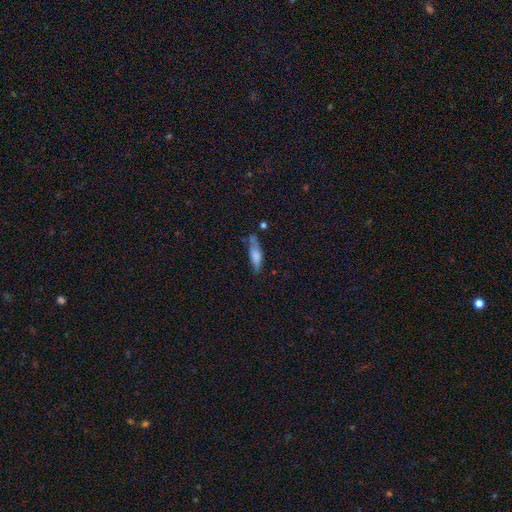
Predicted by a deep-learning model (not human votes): smooth-or-featured: smooth: 66% | featured or disk: 26% | star or artifact: 8%
  how-rounded: cigar-shaped: 60% | in between: 37% | round: 2%
  merging: none: 56% | minor disturbance: 27% | merger: 9% | major disturbance: 9%